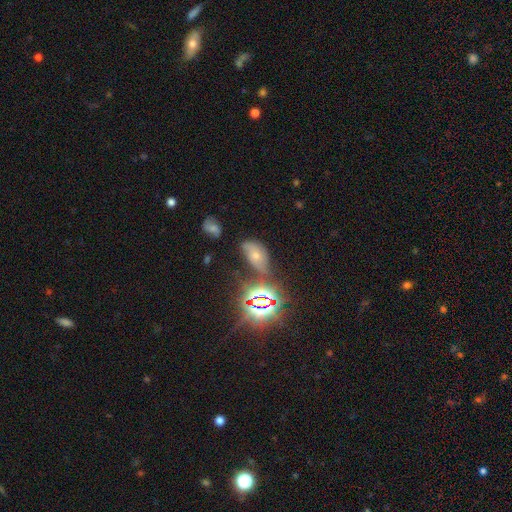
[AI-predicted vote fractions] smooth-or-featured: smooth: 41% | star or artifact: 33% | featured or disk: 26%
  merging: none: 49% | minor disturbance: 29% | major disturbance: 14% | merger: 8%